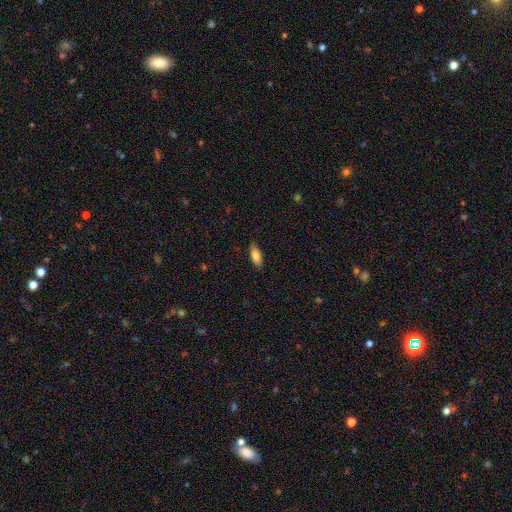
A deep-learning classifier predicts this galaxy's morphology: Smooth or featured?
  - smooth: 81% *
  - featured or disk: 13%
  - star or artifact: 7%
How rounded?
  - in between: 70% *
  - cigar-shaped: 28%
  - round: 2%
Merging?
  - none: 84% *
  - minor disturbance: 13%
  - major disturbance: 2%
  - merger: 1%